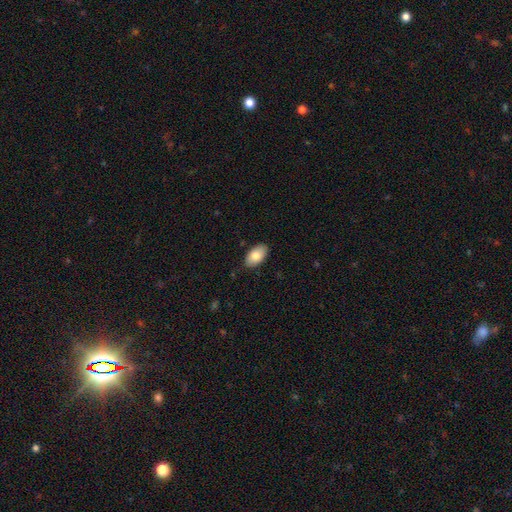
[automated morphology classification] Q: Smooth or featured?
A: smooth (82%); runner-up: featured or disk (11%)
Q: How rounded?
A: in between (95%); runner-up: round (4%)
Q: Merging?
A: none (86%); runner-up: minor disturbance (11%)